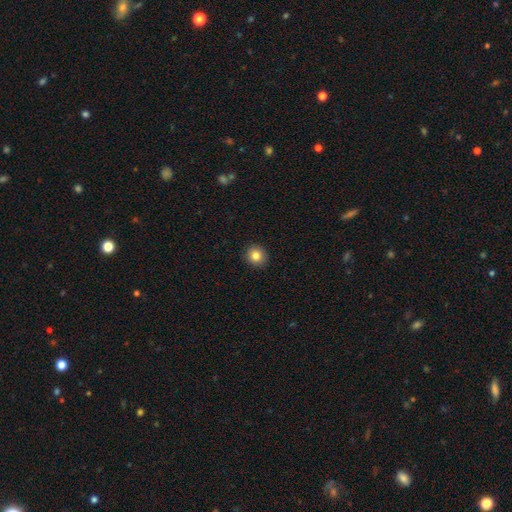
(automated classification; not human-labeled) A smooth galaxy with no disk features (83%) that is round (87%).

Vote fractions:
- Smooth or featured? smooth: 83% / star or artifact: 10% / featured or disk: 7%
- How rounded? round: 87% / in between: 13% / cigar-shaped: 1%
- Merging? none: 92% / minor disturbance: 5% / major disturbance: 2% / merger: 1%